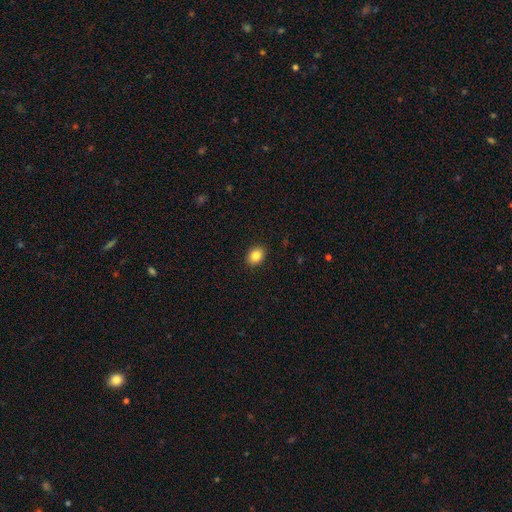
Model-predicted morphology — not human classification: smooth 85%, star or artifact 10%, featured or disk 5%. Down the decision tree: how rounded — in between (51%); merging — none (90%).